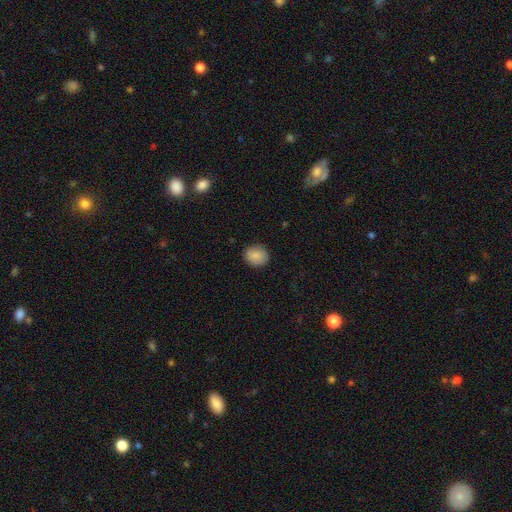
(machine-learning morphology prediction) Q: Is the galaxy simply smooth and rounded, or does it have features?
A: smooth — 88%.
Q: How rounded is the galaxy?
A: round — 70%.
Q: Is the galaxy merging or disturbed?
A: none — 88%.